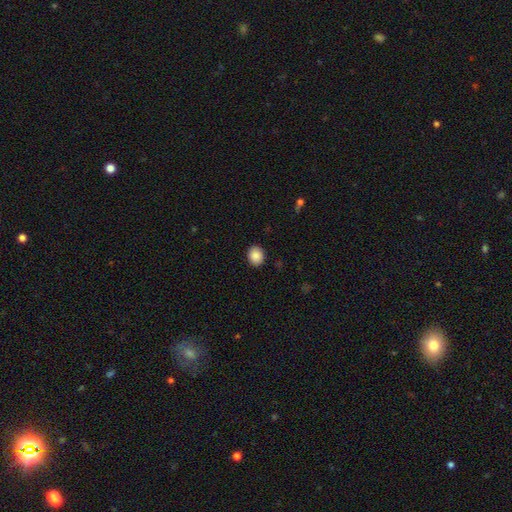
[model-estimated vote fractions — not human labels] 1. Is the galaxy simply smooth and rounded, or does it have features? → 88% smooth, 8% star or artifact, 4% featured or disk.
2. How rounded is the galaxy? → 61% round, 38% in between, 1% cigar-shaped.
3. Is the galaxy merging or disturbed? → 91% none, 6% minor disturbance, 2% major disturbance, 1% merger.